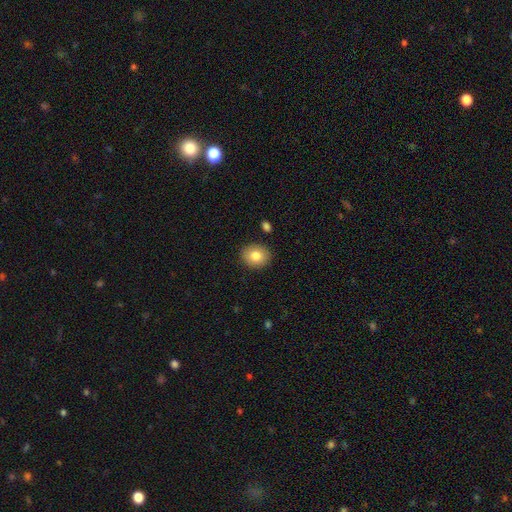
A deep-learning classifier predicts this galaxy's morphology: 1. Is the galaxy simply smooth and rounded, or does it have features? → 81% smooth, 10% featured or disk, 8% star or artifact.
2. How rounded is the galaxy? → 67% round, 32% in between, 1% cigar-shaped.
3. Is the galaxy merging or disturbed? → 88% none, 8% minor disturbance, 2% major disturbance, 2% merger.